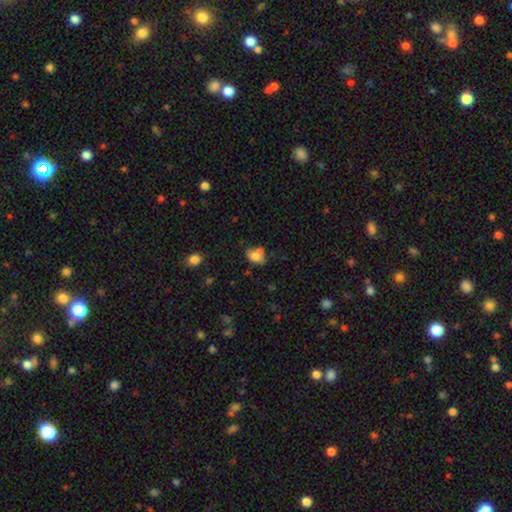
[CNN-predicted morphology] smooth 75%, featured or disk 15%, star or artifact 9%. Down the decision tree: how rounded — in between (78%); merging — none (50%).